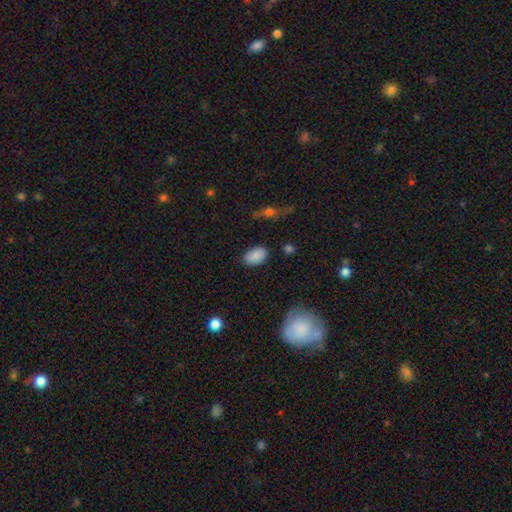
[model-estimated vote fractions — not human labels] A smooth galaxy with no disk features (87%) that is in between round and cigar-shaped (91%).

Vote fractions:
- Smooth or featured? smooth: 87% / star or artifact: 8% / featured or disk: 5%
- How rounded? in between: 91% / round: 8% / cigar-shaped: 1%
- Merging? none: 83% / minor disturbance: 13% / major disturbance: 3% / merger: 2%